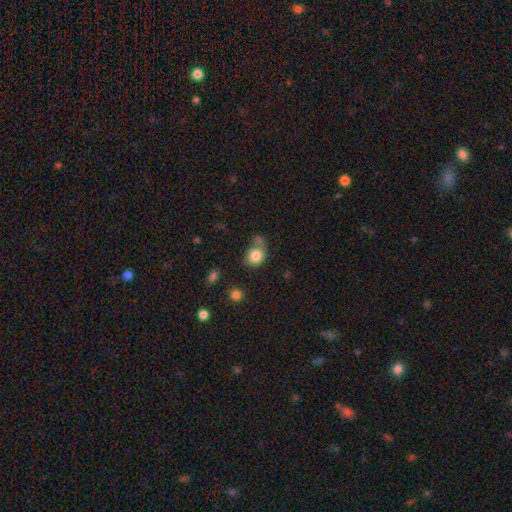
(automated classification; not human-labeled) This is clearly a smooth galaxy (82%). How rounded: likely round (64%). Merging: possibly none (50%).